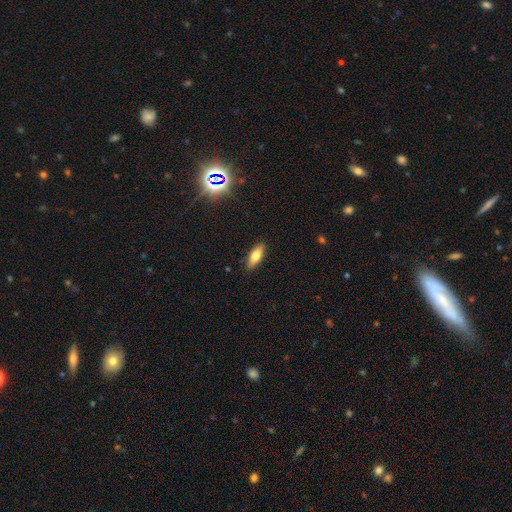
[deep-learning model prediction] This is likely a smooth galaxy (77%). How rounded: likely in between (75%). Merging: clearly none (87%).